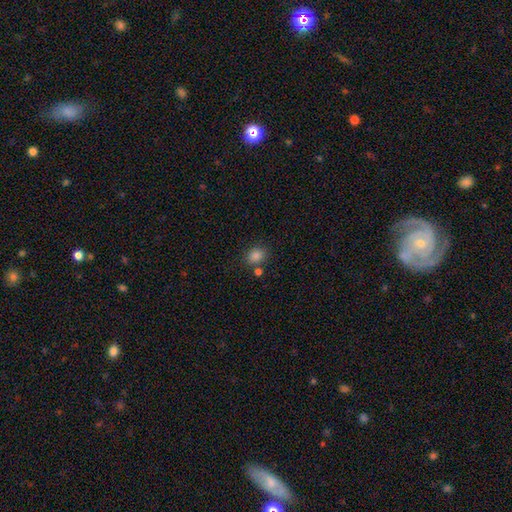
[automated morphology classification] A smooth galaxy with no disk features (85%) that is round (55%). Merging: none (74%).